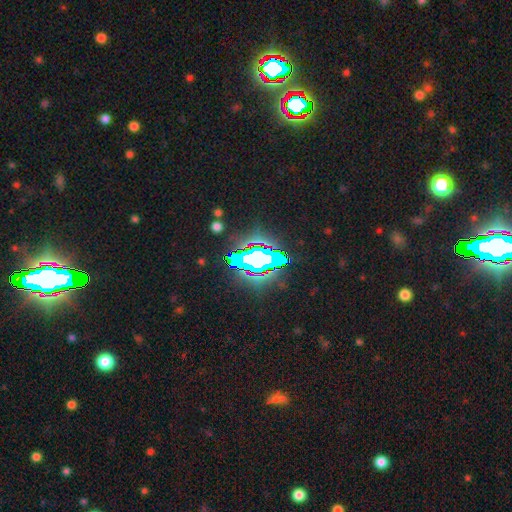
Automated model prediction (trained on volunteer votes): This appears to be a star or artifact, not a galaxy (65%).